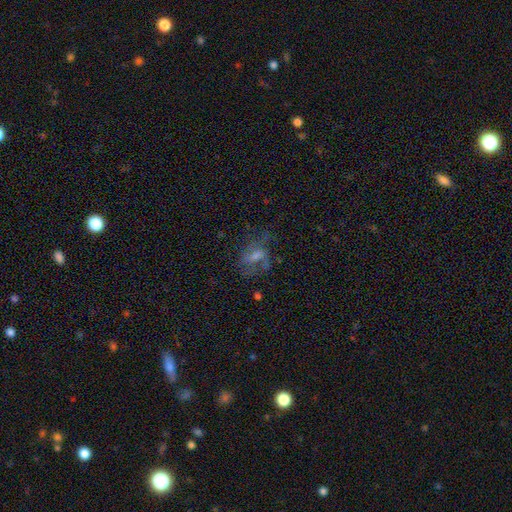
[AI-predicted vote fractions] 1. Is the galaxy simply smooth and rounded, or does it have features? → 53% featured or disk, 29% smooth, 18% star or artifact.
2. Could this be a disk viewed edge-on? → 94% no, 6% yes.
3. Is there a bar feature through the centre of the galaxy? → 43% weak, 42% no, 15% strong.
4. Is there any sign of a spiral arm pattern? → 61% yes, 39% no.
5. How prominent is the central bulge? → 36% moderate, 35% small, 20% none, 7% large, 2% dominant.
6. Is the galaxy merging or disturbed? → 51% none, 26% major disturbance, 20% minor disturbance, 3% merger.